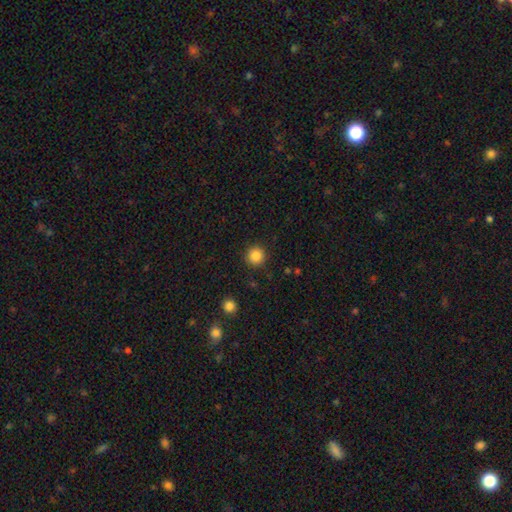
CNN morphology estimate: The model was most divided on "smooth or featured": smooth: 86%, star or artifact: 10%, featured or disk: 4%. More confident: how rounded — round (95%); merging — none (92%).